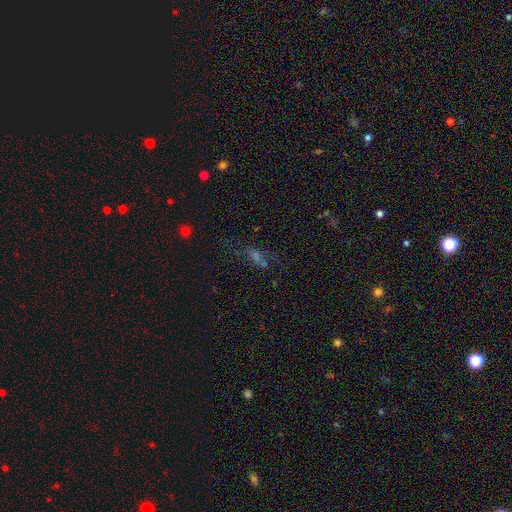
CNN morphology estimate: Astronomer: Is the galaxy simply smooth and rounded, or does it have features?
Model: star or artifact — 40% (runner-up: smooth, 36%).